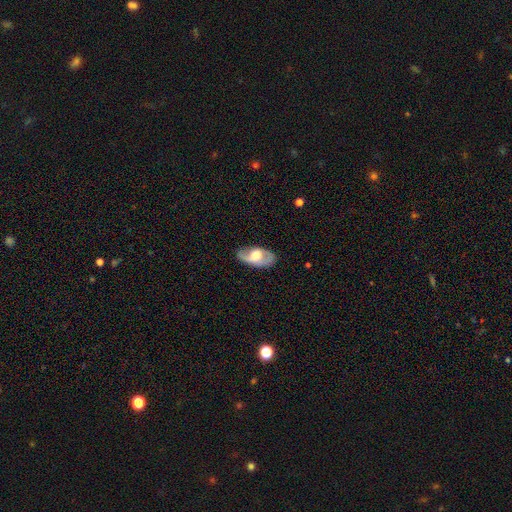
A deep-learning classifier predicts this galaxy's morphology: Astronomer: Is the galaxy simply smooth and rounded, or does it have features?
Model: featured or disk — 62%.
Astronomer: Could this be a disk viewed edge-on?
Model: no — 87%.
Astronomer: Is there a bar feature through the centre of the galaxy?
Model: no — 62%.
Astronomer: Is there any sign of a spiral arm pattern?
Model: yes — 65%.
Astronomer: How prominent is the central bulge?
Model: moderate — 49% (runner-up: large, 40%).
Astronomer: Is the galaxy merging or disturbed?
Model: none — 73%.